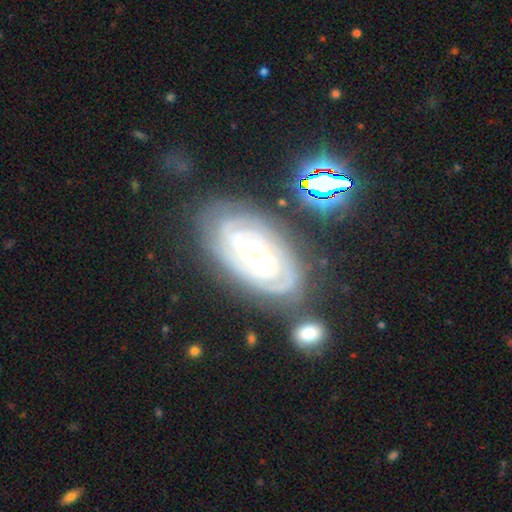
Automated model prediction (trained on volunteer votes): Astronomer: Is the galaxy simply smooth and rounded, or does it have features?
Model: featured or disk — 89%.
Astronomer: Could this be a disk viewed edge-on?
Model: no — 95%.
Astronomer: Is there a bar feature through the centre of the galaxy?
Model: no — 65%.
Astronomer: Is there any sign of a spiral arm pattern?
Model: yes — 97%.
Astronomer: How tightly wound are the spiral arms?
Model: tight — 84%.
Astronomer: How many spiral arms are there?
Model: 2 — 33% (runner-up: 3, 25%).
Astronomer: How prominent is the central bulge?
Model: moderate — 72%.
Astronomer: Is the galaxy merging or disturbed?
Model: none — 75%.